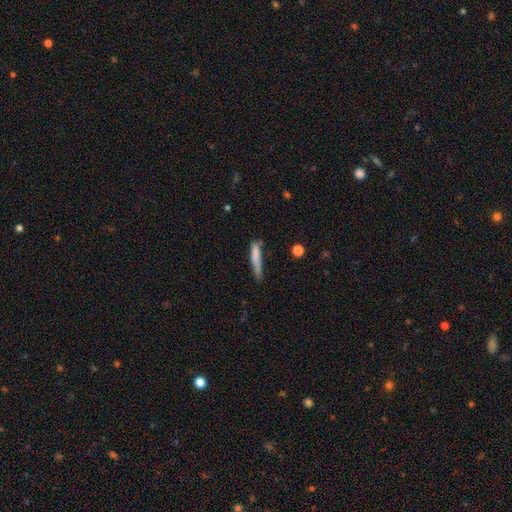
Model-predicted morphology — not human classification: Q: Smooth or featured?
A: smooth (75%); runner-up: featured or disk (17%)
Q: How rounded?
A: cigar-shaped (89%); runner-up: in between (10%)
Q: Merging?
A: none (50%); runner-up: minor disturbance (32%)